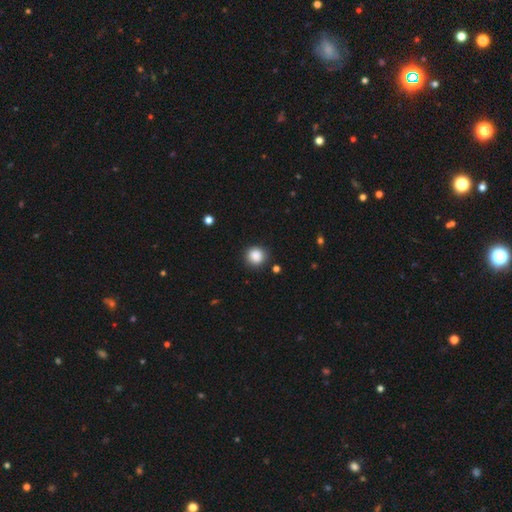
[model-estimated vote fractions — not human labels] smooth 87%, star or artifact 10%, featured or disk 3%. Down the decision tree: how rounded — round (91%); merging — none (86%).